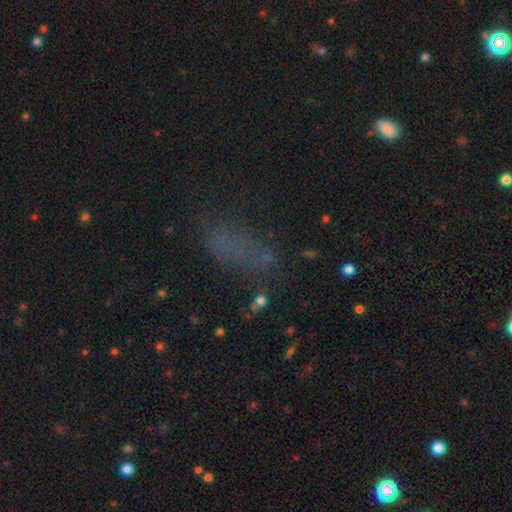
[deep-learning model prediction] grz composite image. It shows a smooth galaxy with no disk features (49%). Merging: none (45%).